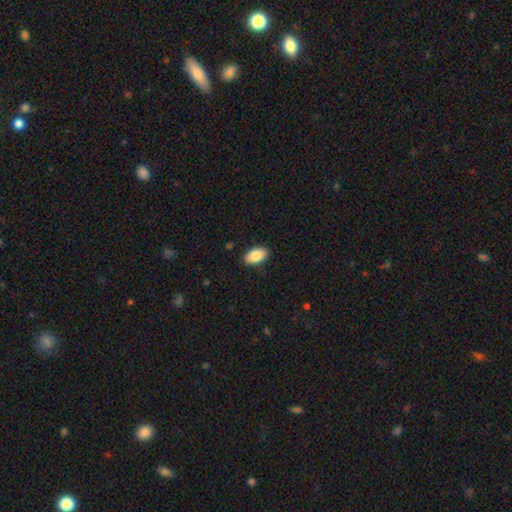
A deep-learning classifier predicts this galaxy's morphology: smooth 87%, star or artifact 7%, featured or disk 7%. Down the decision tree: how rounded — in between (94%); merging — none (89%).